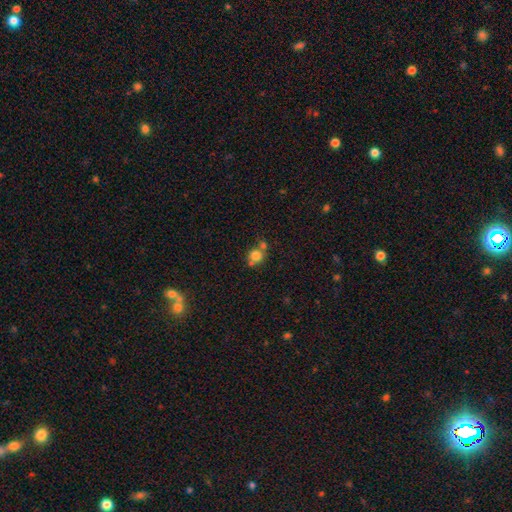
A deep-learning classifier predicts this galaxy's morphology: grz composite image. It shows a smooth galaxy with no disk features (78%) that is round (88%). Merging: none (51%).